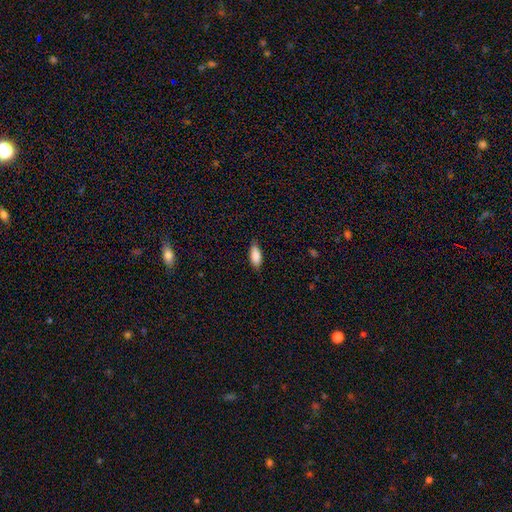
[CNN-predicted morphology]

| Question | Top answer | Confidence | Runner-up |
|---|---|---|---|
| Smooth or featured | smooth | 87% | featured or disk (7%) |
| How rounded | in between | 83% | cigar-shaped (15%) |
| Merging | none | 84% | minor disturbance (13%) |